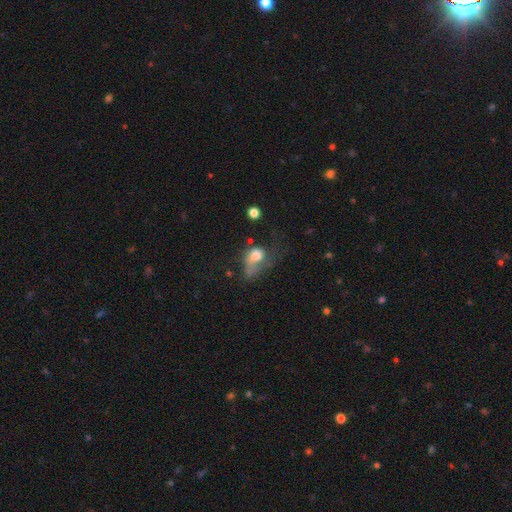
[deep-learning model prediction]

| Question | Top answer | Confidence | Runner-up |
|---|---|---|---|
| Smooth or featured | smooth | 65% | featured or disk (24%) |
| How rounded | in between | 60% | round (38%) |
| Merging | major disturbance | 56% | minor disturbance (18%) |